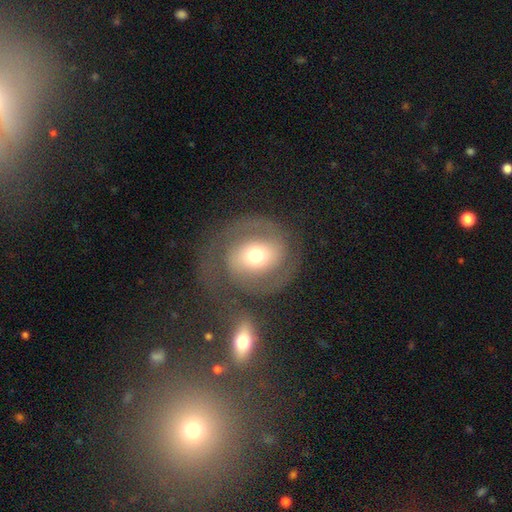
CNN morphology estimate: Smooth or featured? featured or disk (74%)
Edge-on disk? no (97%)
Bar? no (54%)
Spiral arms? yes (88%)
Spiral winding? tight (45%)
Spiral arm count? 2 (82%)
Bulge size? moderate (65%)
Merging? none (54%)